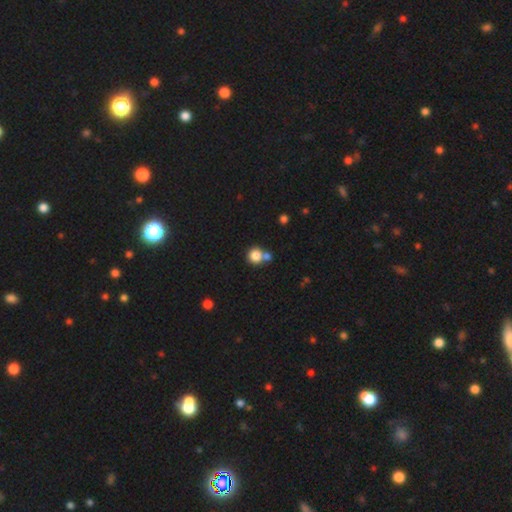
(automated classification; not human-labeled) smooth-or-featured: smooth: 82% | star or artifact: 11% | featured or disk: 7%
  how-rounded: round: 89% | in between: 10% | cigar-shaped: 1%
  merging: none: 56% | merger: 33% | minor disturbance: 8% | major disturbance: 3%